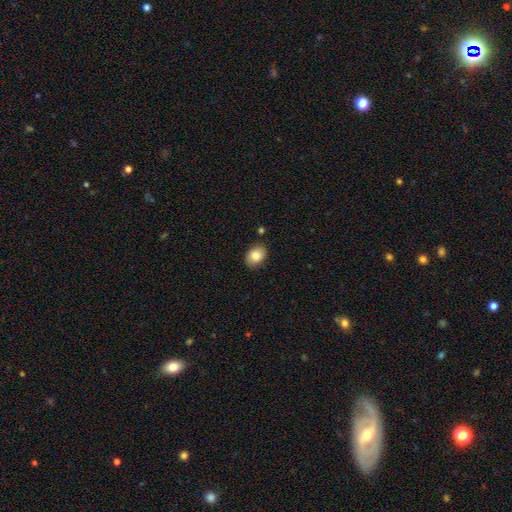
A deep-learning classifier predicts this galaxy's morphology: This appears to be a smooth galaxy with no disk features (83%) that is in between round and cigar-shaped (70%). Merging: none (83%).